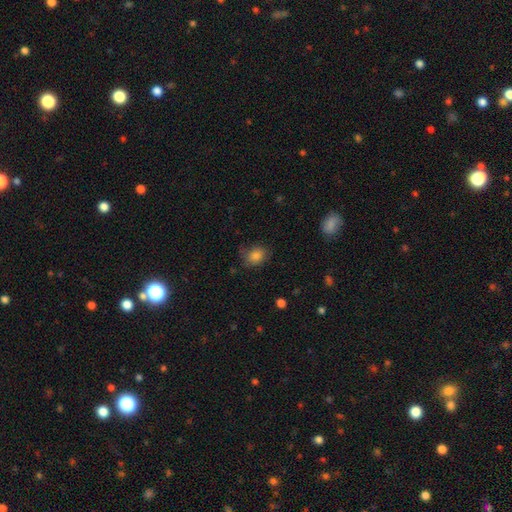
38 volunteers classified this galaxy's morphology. smooth 89%, star or artifact 8%, featured or disk 3%. Down the decision tree: how rounded — round (50%, tied with in between); merging — none (89%).